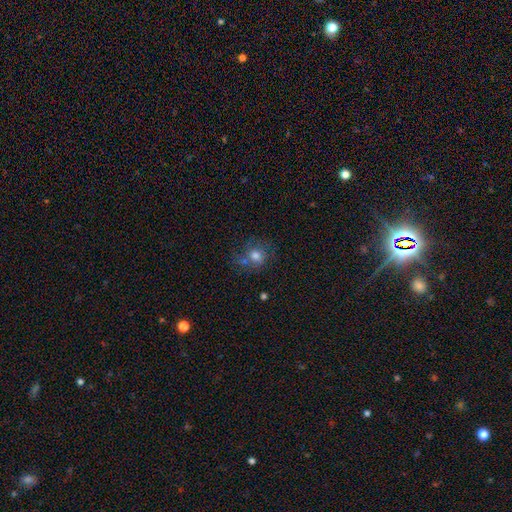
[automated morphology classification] smooth-or-featured: smooth: 67% | featured or disk: 21% | star or artifact: 13%
  how-rounded: round: 75% | in between: 24% | cigar-shaped: 1%
  merging: none: 52% | minor disturbance: 21% | merger: 15% | major disturbance: 12%